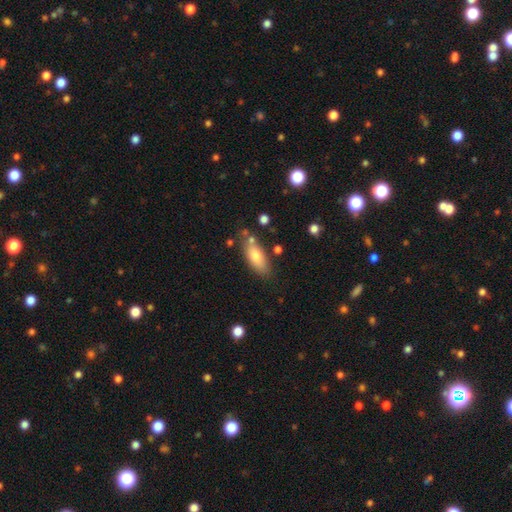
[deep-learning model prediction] Smooth or featured? smooth (75%)
How rounded? in between (77%)
Merging? none (71%)